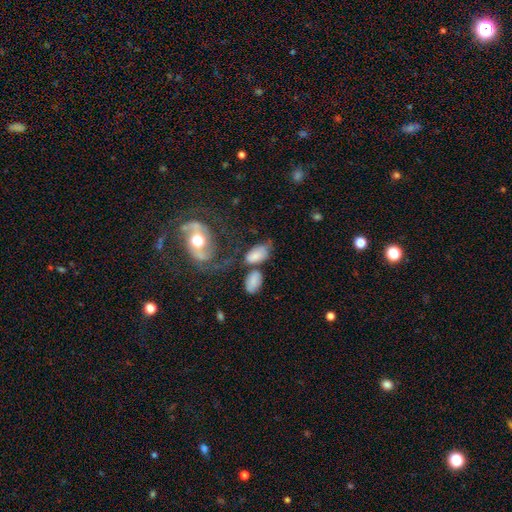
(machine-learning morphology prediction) Smooth or featured? smooth (65%)
How rounded? in between (90%)
Merging? none (36%)